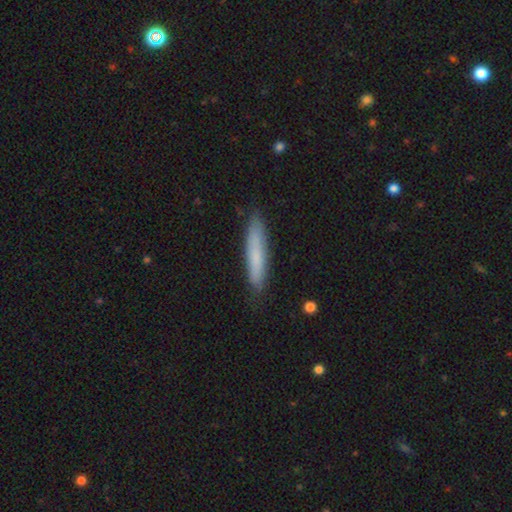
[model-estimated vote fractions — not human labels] Q: Smooth or featured?
A: smooth (74%); runner-up: featured or disk (20%)
Q: How rounded?
A: cigar-shaped (91%); runner-up: in between (8%)
Q: Merging?
A: none (86%); runner-up: minor disturbance (11%)